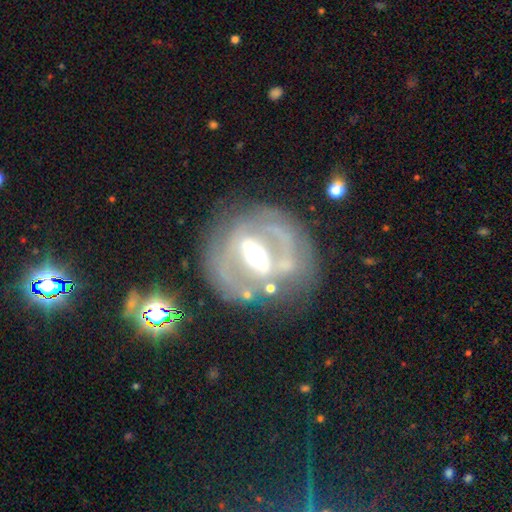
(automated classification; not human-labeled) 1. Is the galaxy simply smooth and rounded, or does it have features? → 82% featured or disk, 11% smooth, 7% star or artifact.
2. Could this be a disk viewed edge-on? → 88% no, 12% yes.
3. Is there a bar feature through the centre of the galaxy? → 71% strong, 21% weak, 8% no.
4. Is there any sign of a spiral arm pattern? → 55% yes, 45% no.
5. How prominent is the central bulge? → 66% moderate, 18% large, 12% small, 2% dominant, 2% none.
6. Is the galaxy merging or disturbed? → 71% none, 15% minor disturbance, 10% major disturbance, 4% merger.